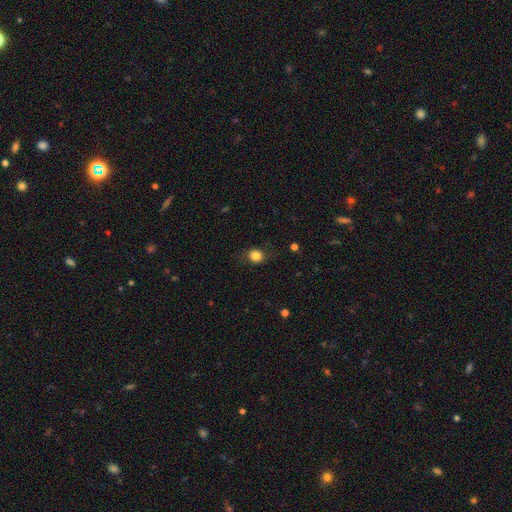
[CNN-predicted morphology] A smooth galaxy with no disk features (83%) that is round (75%). Merging: none (76%).